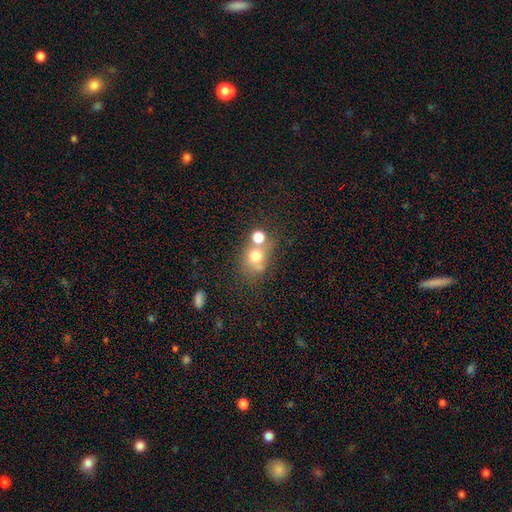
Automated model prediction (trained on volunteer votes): Smooth or featured? Predicted: smooth (p=0.69). How rounded? Predicted: round (p=0.69). Merging? Predicted: none (p=0.42).